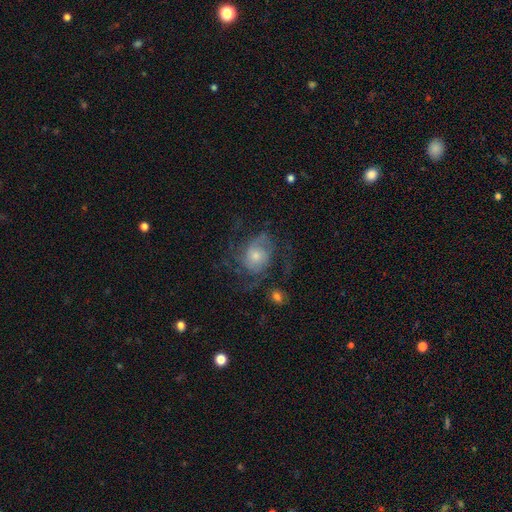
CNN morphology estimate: A featured or disk galaxy (70%) with no bar (75%), medium (44%) spiral arms (86%) and a small central bulge (47%). Merging: none (51%).